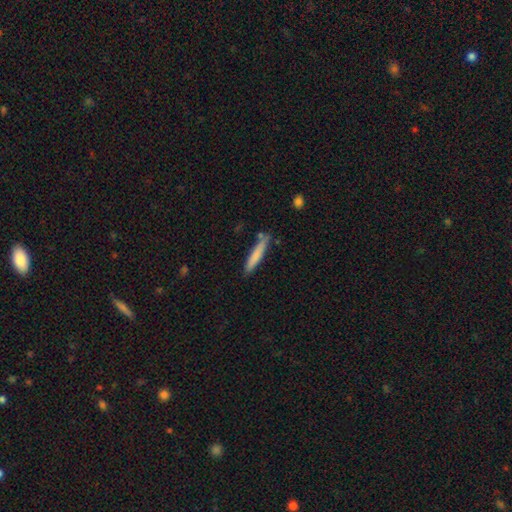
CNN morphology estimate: Overall: smooth (77%). How rounded: cigar-shaped (92%). Merging: none (77%).